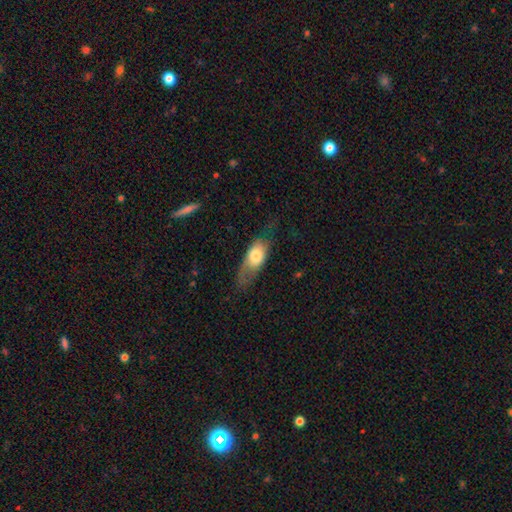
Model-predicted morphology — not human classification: Q: Smooth or featured?
A: smooth (67%); runner-up: featured or disk (26%)
Q: How rounded?
A: in between (79%); runner-up: cigar-shaped (14%)
Q: Merging?
A: none (42%); runner-up: minor disturbance (30%)